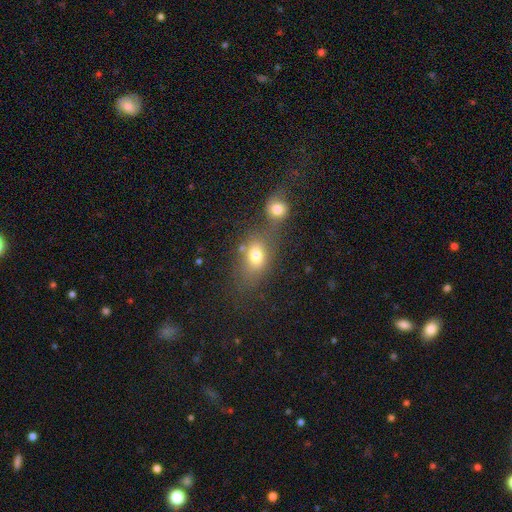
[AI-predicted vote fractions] smooth-or-featured: smooth: 75% | featured or disk: 13% | star or artifact: 11%
  how-rounded: in between: 69% | round: 29% | cigar-shaped: 2%
  merging: merger: 45% | none: 38% | minor disturbance: 10% | major disturbance: 7%